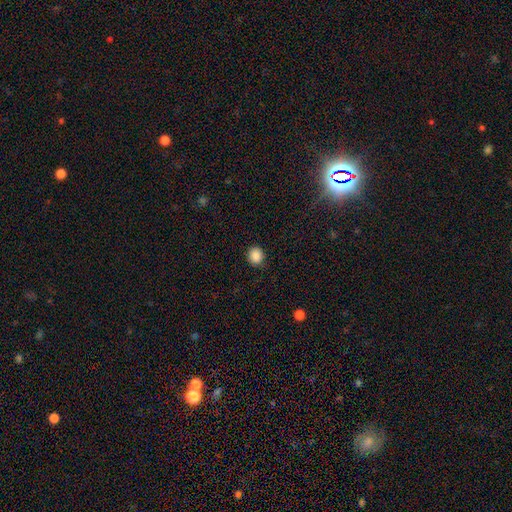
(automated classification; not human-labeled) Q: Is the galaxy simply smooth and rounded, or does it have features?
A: smooth — 88%.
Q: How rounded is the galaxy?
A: round — 80%.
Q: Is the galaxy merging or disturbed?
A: none — 89%.